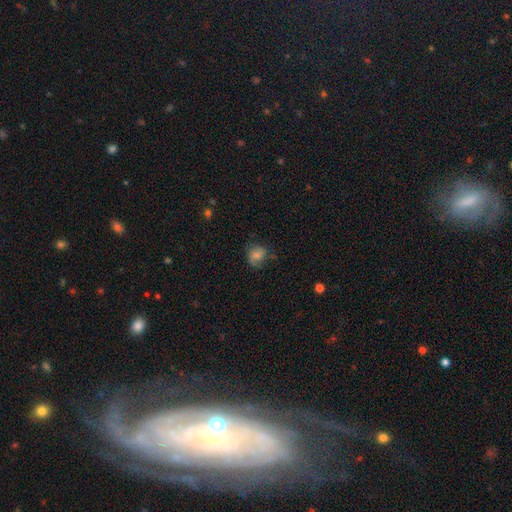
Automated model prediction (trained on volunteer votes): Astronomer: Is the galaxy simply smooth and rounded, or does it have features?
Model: smooth — 68%.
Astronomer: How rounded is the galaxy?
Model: round — 69%.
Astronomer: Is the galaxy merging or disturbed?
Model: none — 62%.